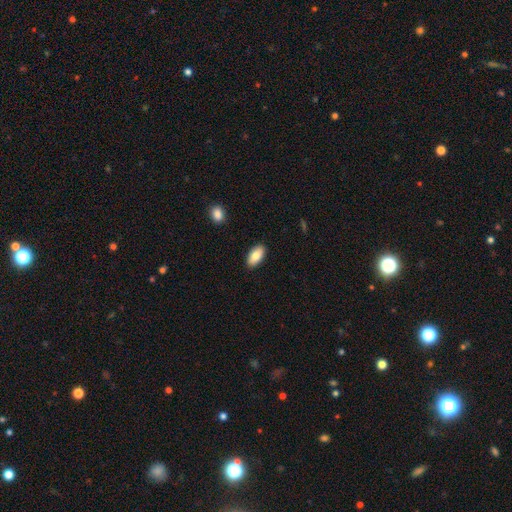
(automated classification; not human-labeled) A smooth galaxy with no disk features (83%) that is in between round and cigar-shaped (93%).

Vote fractions:
- Smooth or featured? smooth: 83% / featured or disk: 11% / star or artifact: 6%
- How rounded? in between: 93% / cigar-shaped: 4% / round: 2%
- Merging? none: 90% / minor disturbance: 8% / major disturbance: 2% / merger: 1%